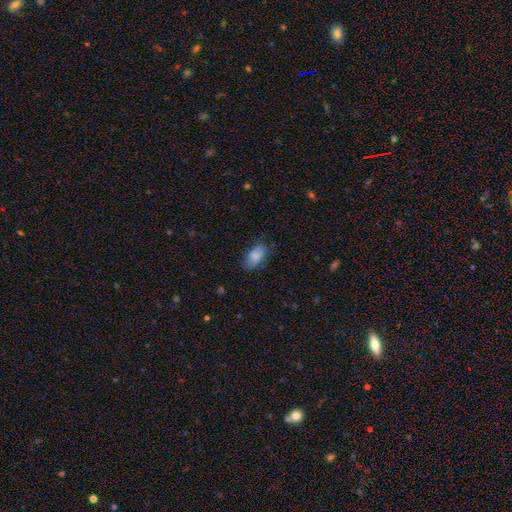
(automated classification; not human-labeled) Overall: smooth (82%). How rounded: in between (92%). Merging: none (70%).